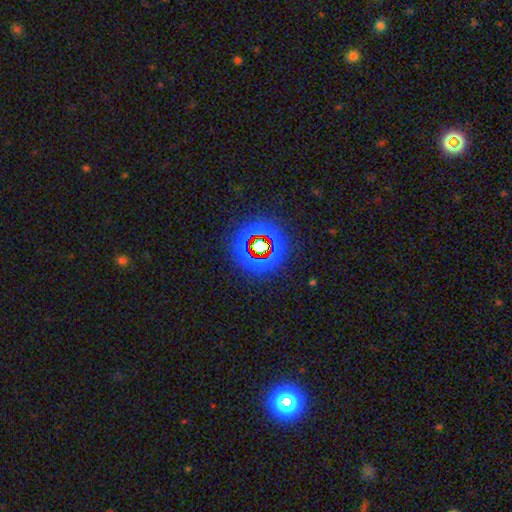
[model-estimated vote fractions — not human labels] star or artifact 75%, smooth 13%, featured or disk 12%.